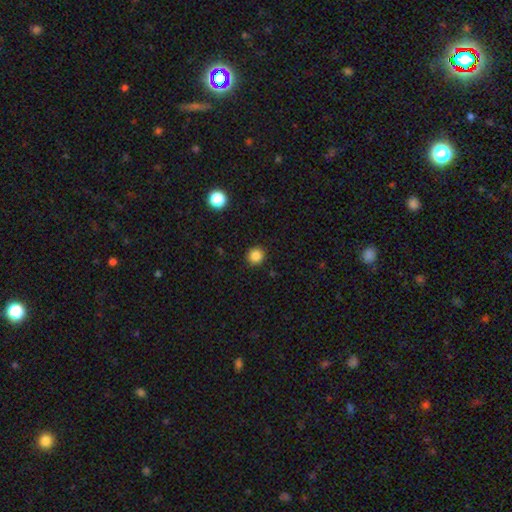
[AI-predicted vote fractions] smooth_or_featured: smooth (p=0.85) [alt: star or artifact p=0.11]
how_rounded: round (p=0.92) [alt: in between p=0.07]
merging: none (p=0.91) [alt: minor disturbance p=0.06]